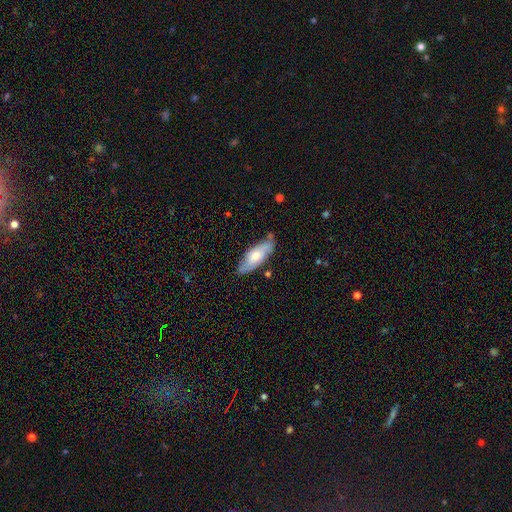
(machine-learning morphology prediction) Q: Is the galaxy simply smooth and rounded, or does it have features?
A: smooth — 54%.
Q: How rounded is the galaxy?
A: in between — 67%.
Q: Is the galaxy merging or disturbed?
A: none — 75%.